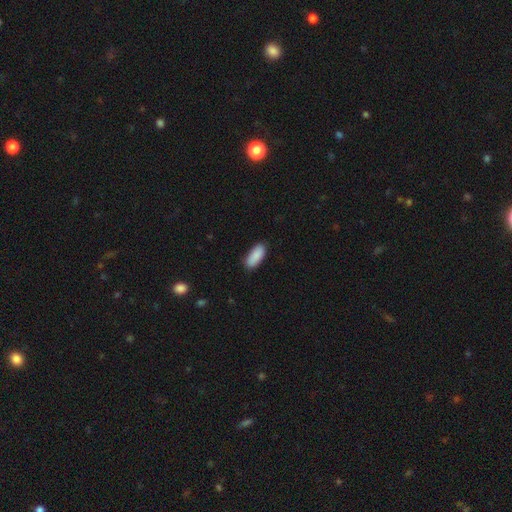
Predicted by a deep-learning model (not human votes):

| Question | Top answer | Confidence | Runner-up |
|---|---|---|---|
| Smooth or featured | smooth | 90% | star or artifact (6%) |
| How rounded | in between | 84% | cigar-shaped (15%) |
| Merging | none | 86% | minor disturbance (11%) |